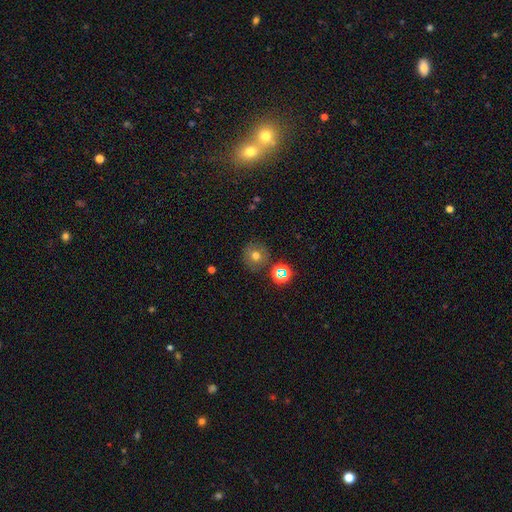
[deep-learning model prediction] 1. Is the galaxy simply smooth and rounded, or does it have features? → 66% smooth, 21% star or artifact, 14% featured or disk.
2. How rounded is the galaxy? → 91% round, 8% in between, 1% cigar-shaped.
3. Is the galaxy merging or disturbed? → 83% none, 9% minor disturbance, 4% merger, 3% major disturbance.